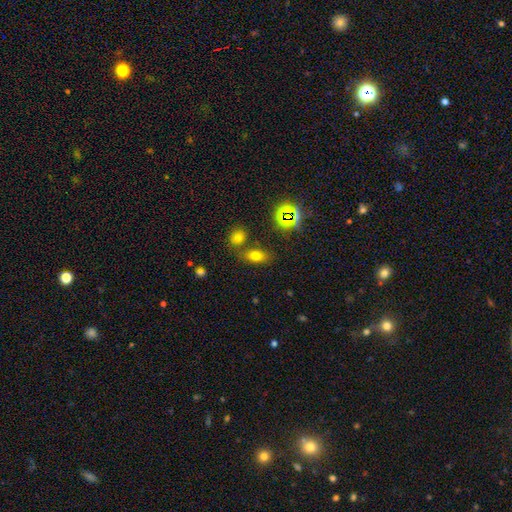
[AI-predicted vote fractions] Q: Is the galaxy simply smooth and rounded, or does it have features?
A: smooth — 66%.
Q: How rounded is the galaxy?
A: in between — 83%.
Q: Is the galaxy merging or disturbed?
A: none — 68%.